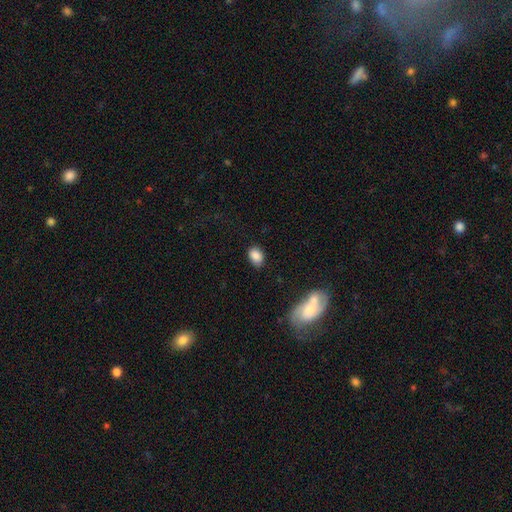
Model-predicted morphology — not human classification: Overall: smooth (86%). How rounded: in between (79%). Merging: none (79%).